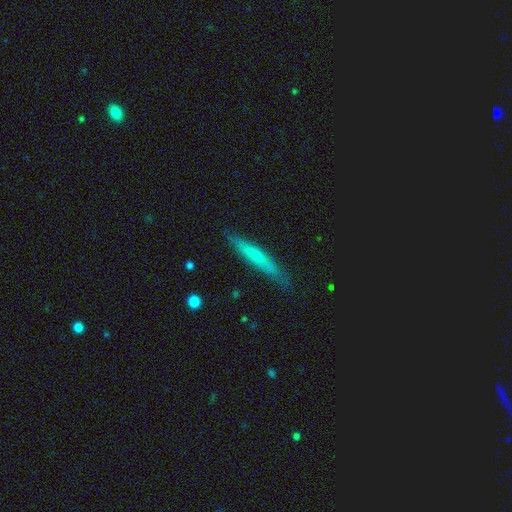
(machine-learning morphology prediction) Smooth or featured? Predicted: smooth (p=0.56). How rounded? Predicted: cigar-shaped (p=0.93). Merging? Predicted: none (p=0.84).